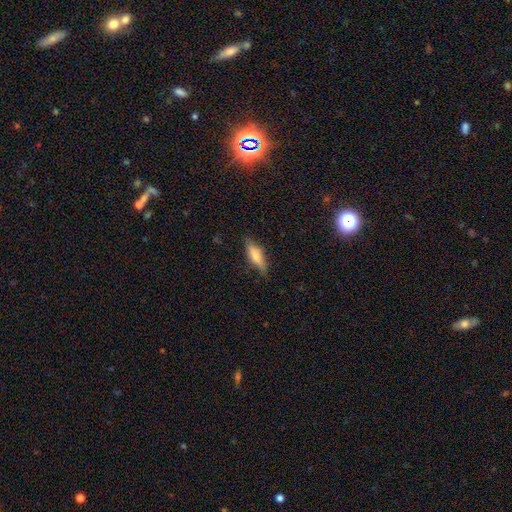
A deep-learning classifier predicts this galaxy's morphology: Smooth or featured?
  - smooth: 68% *
  - featured or disk: 25%
  - star or artifact: 7%
How rounded?
  - in between: 51% *
  - cigar-shaped: 47%
  - round: 2%
Merging?
  - none: 79% *
  - minor disturbance: 16%
  - major disturbance: 3%
  - merger: 1%